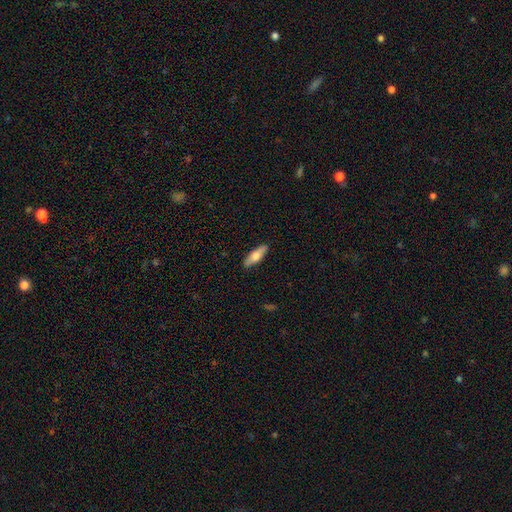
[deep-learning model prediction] smooth 68%, featured or disk 27%, star or artifact 6%. Down the decision tree: how rounded — in between (49%, tied with cigar-shaped); merging — none (89%).